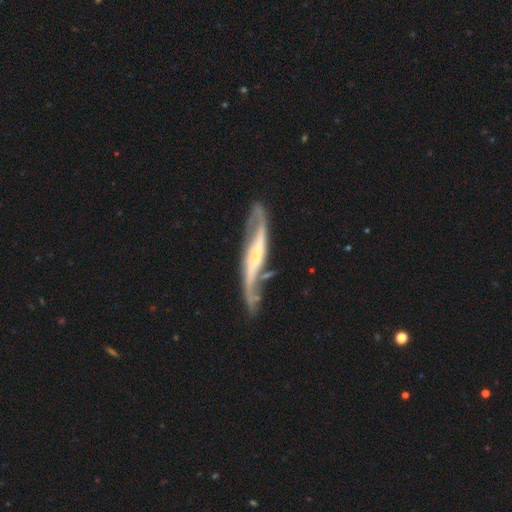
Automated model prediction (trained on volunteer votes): This is clearly a featured or disk galaxy (86%). It is likely not viewed edge-on (70%). Bar: marginally no (36%). Spiral arm pattern: clearly yes (95%). Spiral arm count: clearly 2 (91%). Spiral winding: likely loose (66%). Central bulge: likely small (62%). Merging: likely none (63%).